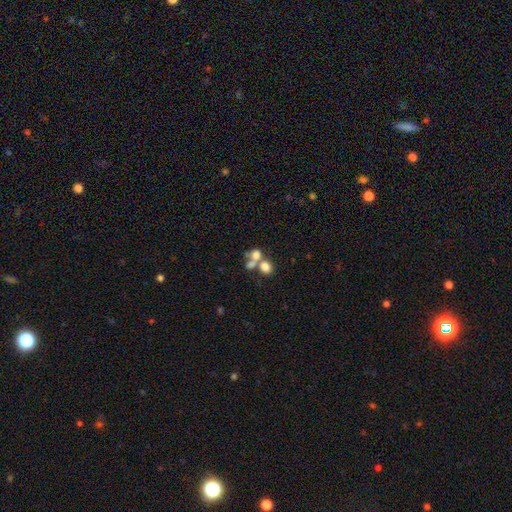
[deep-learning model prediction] Smooth or featured?
  - smooth: 68% *
  - featured or disk: 18%
  - star or artifact: 14%
How rounded?
  - round: 68% *
  - in between: 31%
  - cigar-shaped: 1%
Merging?
  - merger: 55% *
  - none: 33%
  - minor disturbance: 7%
  - major disturbance: 6%